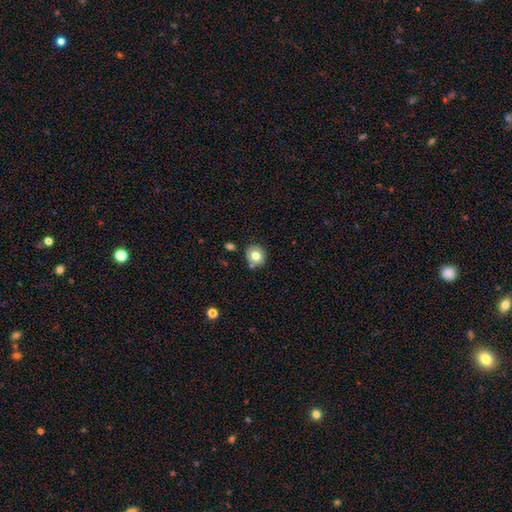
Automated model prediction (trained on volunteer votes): A smooth galaxy with no disk features (75%) that is round (79%).

Vote fractions:
- Smooth or featured? smooth: 75% / featured or disk: 15% / star or artifact: 10%
- How rounded? round: 79% / in between: 20% / cigar-shaped: 1%
- Merging? none: 80% / minor disturbance: 11% / merger: 7% / major disturbance: 3%